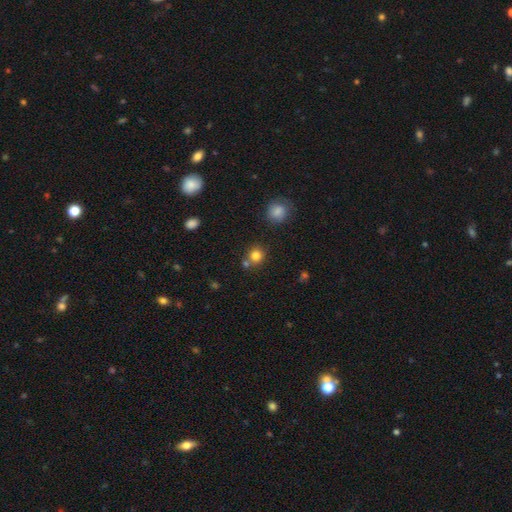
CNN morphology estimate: A smooth galaxy with no disk features (80%) that is round (88%). Merging: none (69%).